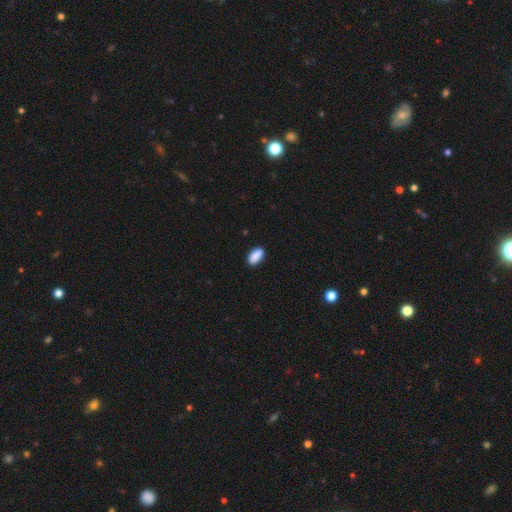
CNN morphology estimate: type=smooth (90%); roundness=in between (91%); merging=none (87%).